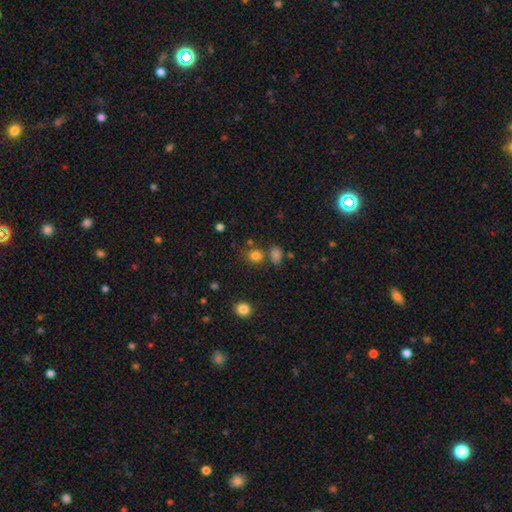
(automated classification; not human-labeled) Smooth or featured? smooth (80%)
How rounded? round (70%)
Merging? none (70%)